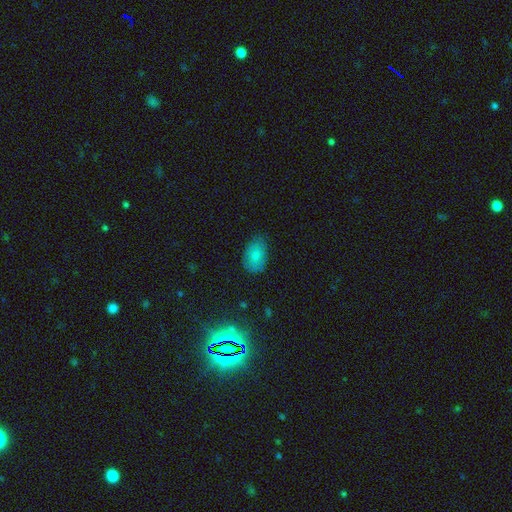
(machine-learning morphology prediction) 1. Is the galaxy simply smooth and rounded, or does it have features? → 81% smooth, 10% featured or disk, 9% star or artifact.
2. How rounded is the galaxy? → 88% in between, 10% round, 1% cigar-shaped.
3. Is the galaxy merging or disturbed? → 74% none, 20% minor disturbance, 4% major disturbance, 1% merger.